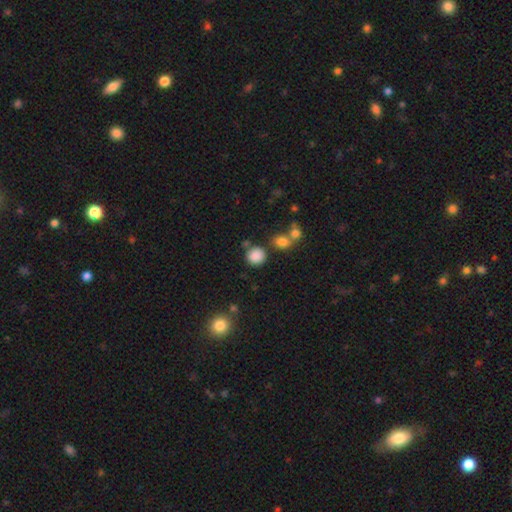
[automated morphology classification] smooth_or_featured: smooth (p=0.85) [alt: star or artifact p=0.10]
how_rounded: round (p=0.87) [alt: in between p=0.12]
merging: none (p=0.74) [alt: minor disturbance p=0.11]